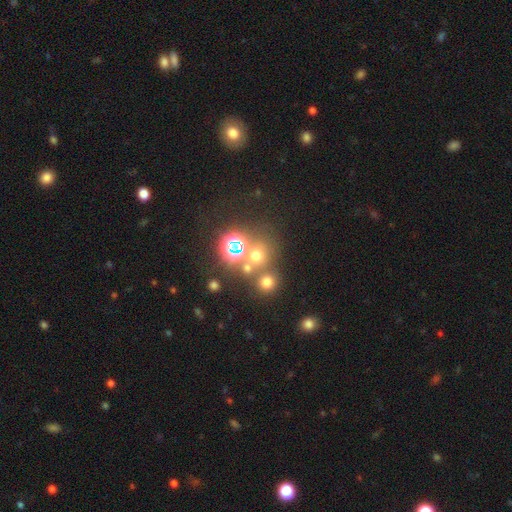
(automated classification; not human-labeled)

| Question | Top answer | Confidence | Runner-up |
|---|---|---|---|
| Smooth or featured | smooth | 53% | star or artifact (37%) |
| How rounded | round | 84% | in between (15%) |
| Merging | none | 62% | merger (25%) |